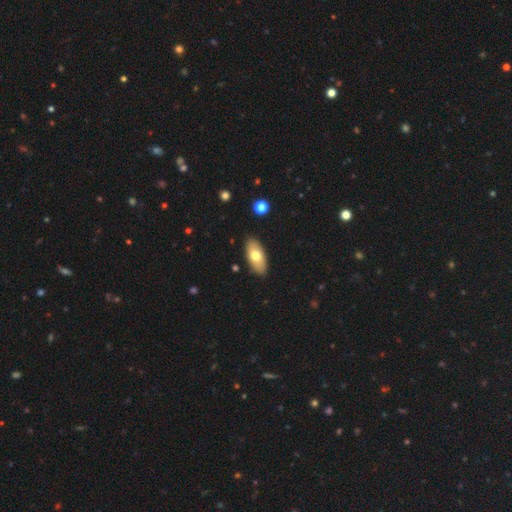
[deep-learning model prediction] A smooth galaxy with no disk features (70%) that is in between round and cigar-shaped (90%). Merging: none (88%).